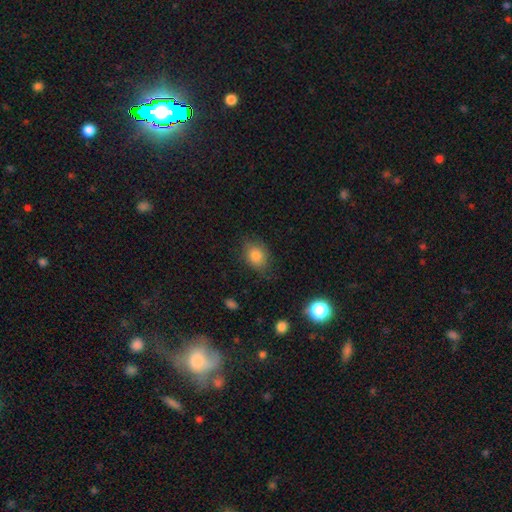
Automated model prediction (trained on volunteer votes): Smooth or featured? Predicted: smooth (p=0.81). How rounded? Predicted: in between (p=0.63). Merging? Predicted: none (p=0.74).